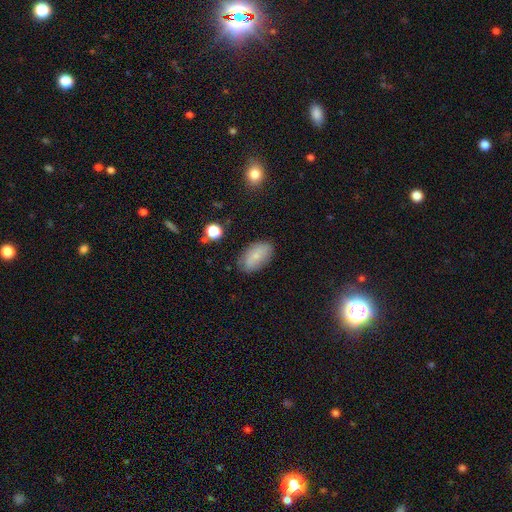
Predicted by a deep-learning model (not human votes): smooth_or_featured: smooth (p=0.75) [alt: featured or disk p=0.16]
how_rounded: in between (p=0.93) [alt: round p=0.05]
merging: none (p=0.78) [alt: minor disturbance p=0.17]